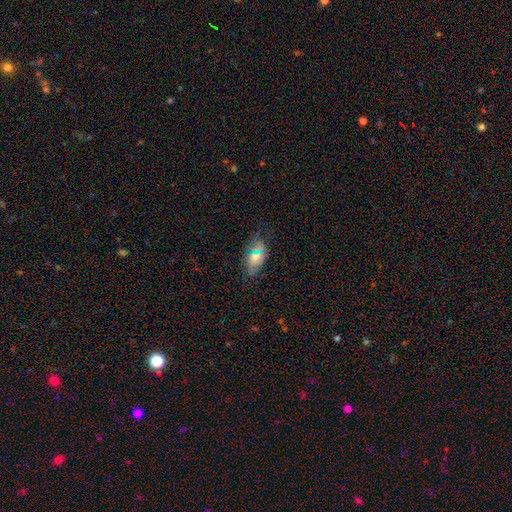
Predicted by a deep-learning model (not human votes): Smooth or featured?
  - smooth: 59% *
  - star or artifact: 23%
  - featured or disk: 18%
How rounded?
  - in between: 89% *
  - round: 8%
  - cigar-shaped: 4%
Merging?
  - none: 72% *
  - minor disturbance: 19%
  - major disturbance: 6%
  - merger: 2%